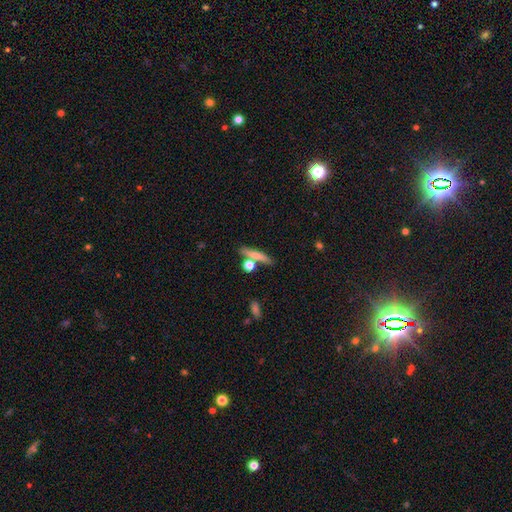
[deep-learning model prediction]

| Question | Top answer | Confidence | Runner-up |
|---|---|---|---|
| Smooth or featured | smooth | 67% | featured or disk (25%) |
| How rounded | cigar-shaped | 78% | in between (14%) |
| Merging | none | 70% | merger (16%) |